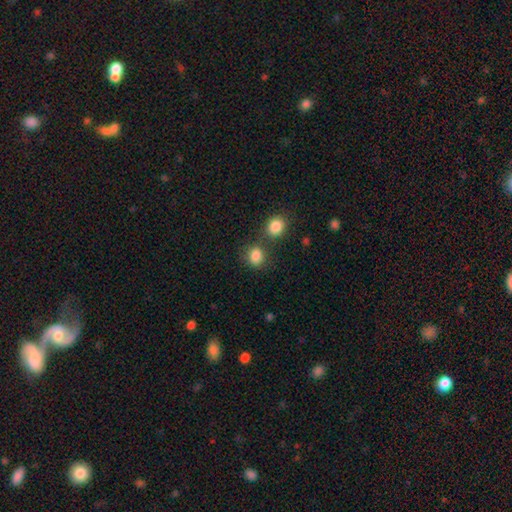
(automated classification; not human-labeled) A smooth galaxy with no disk features (85%) that is round (65%). Merging: none (63%).